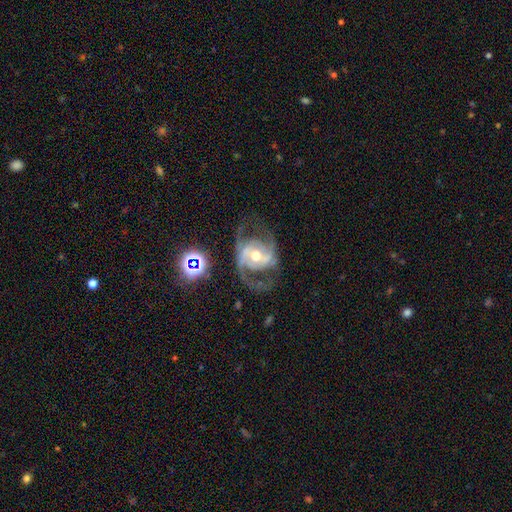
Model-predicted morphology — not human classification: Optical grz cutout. It shows a featured or disk galaxy (88%) with no bar (45%), 2 (83%) medium (56%) spiral arms (95%) and a moderate central bulge (73%). Merging: none (63%).